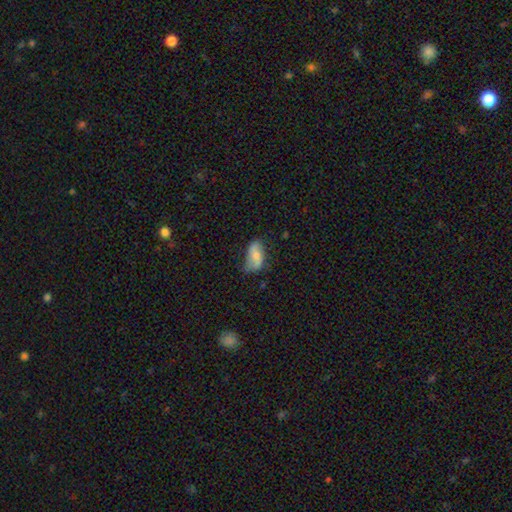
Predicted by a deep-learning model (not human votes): smooth_or_featured: smooth (p=0.56) [alt: featured or disk p=0.37]
how_rounded: in between (p=0.91) [alt: round p=0.05]
merging: none (p=0.55) [alt: minor disturbance p=0.33]